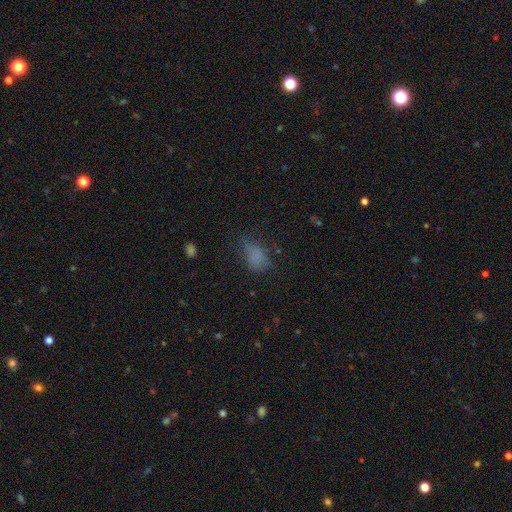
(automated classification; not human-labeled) Smooth or featured?
  - smooth: 69% *
  - star or artifact: 17%
  - featured or disk: 14%
How rounded?
  - in between: 79% *
  - round: 17%
  - cigar-shaped: 4%
Merging?
  - none: 45% *
  - minor disturbance: 30%
  - major disturbance: 22%
  - merger: 3%